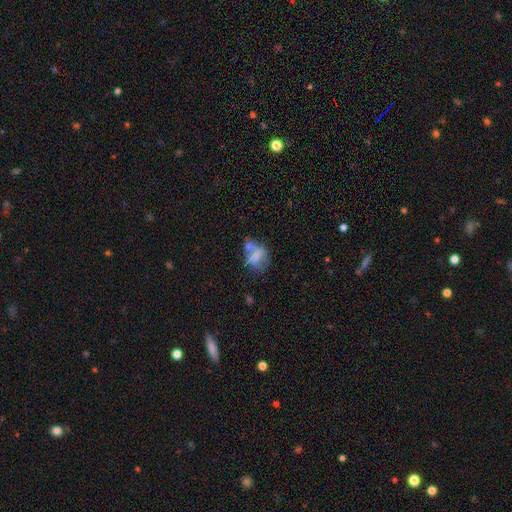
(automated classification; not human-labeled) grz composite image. It shows a smooth galaxy with no disk features (57%) that is in between round and cigar-shaped (64%). Merging: merger (33%).